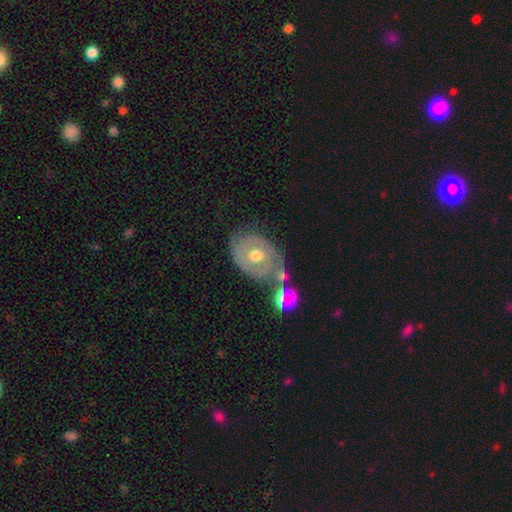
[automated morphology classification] A featured or disk galaxy (77%) with no bar (79%), 2 (47%) tight (71%) spiral arms (75%) and a moderate central bulge (78%).

Vote fractions:
- Smooth or featured? featured or disk: 77% / smooth: 16% / star or artifact: 7%
- Edge-on disk? no: 96% / yes: 4%
- Bar? no: 79% / weak: 16% / strong: 5%
- Spiral arms? yes: 75% / no: 25%
- Spiral winding? tight: 71% / medium: 22% / loose: 7%
- Spiral arm count? 2: 47% / can't tell: 27% / 1: 15% / 3: 6% / 4: 2% / more than 4: 2%
- Bulge size? moderate: 78% / small: 13% / large: 7% / none: 1% / dominant: 1%
- Merging? none: 56% / minor disturbance: 20% / merger: 15% / major disturbance: 10%